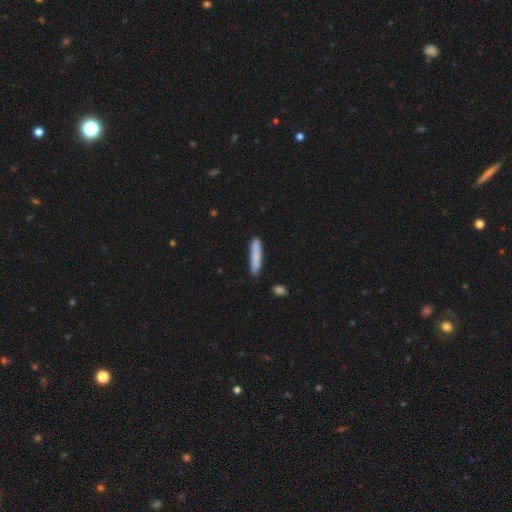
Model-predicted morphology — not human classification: Smooth or featured?
  - smooth: 82% *
  - featured or disk: 12%
  - star or artifact: 6%
How rounded?
  - cigar-shaped: 91% *
  - in between: 8%
  - round: 1%
Merging?
  - none: 83% *
  - minor disturbance: 12%
  - merger: 3%
  - major disturbance: 2%